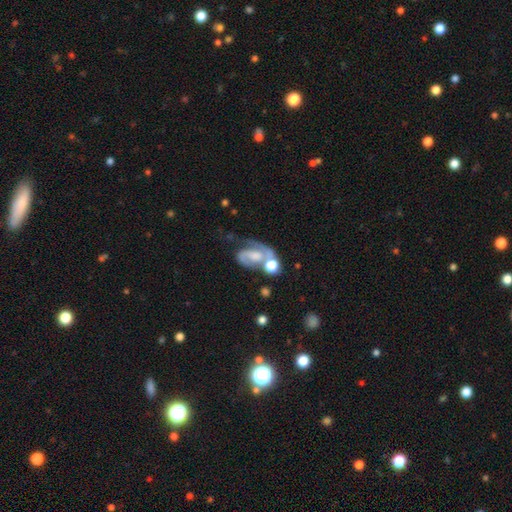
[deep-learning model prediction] Morphology: type=featured or disk (77%); edge-on=no (97%); bar=no (54%); spiral arms=yes (92%); winding=medium (45%); arm count=2 (59%); bulge=moderate (33%); merging=none (36%).